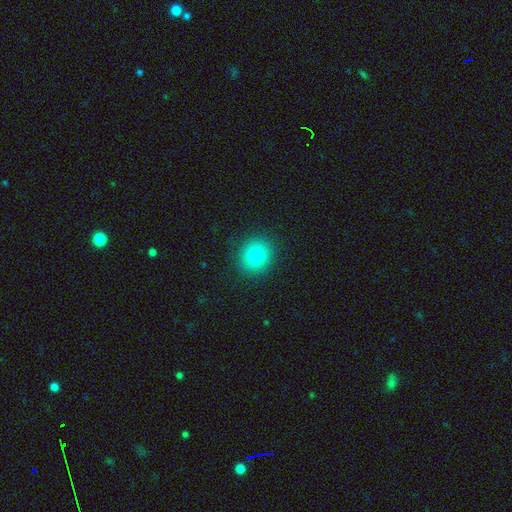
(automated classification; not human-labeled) Smooth or featured: smooth — 80% (star or artifact — 12%)
How rounded: round — 83% (in between — 16%)
Merging: none — 90% (minor disturbance — 6%)